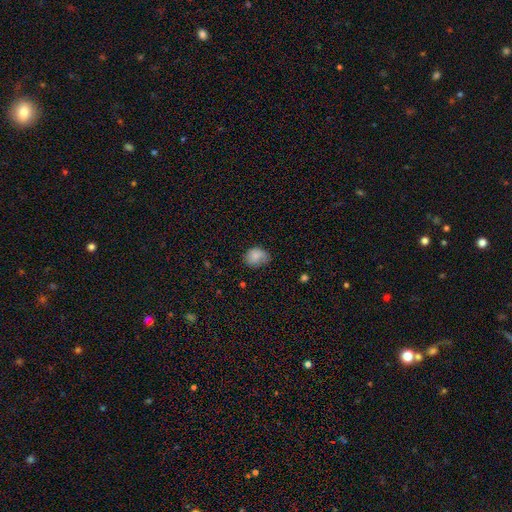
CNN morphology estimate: Smooth or featured? Predicted: smooth (p=0.79). How rounded? Predicted: in between (p=0.57). Merging? Predicted: none (p=0.51).